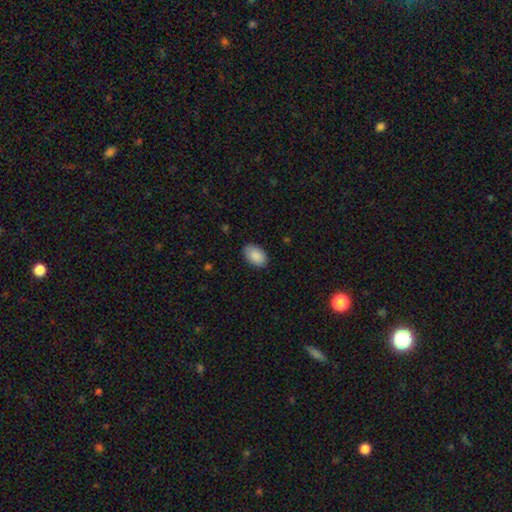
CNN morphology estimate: This appears to be a smooth galaxy with no disk features (89%) that is in between round and cigar-shaped (91%). Merging: none (85%).